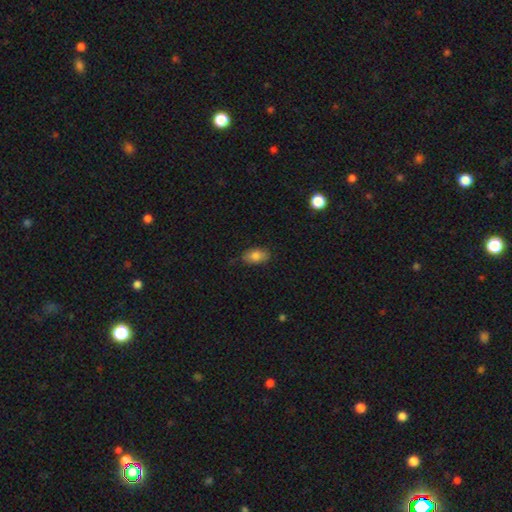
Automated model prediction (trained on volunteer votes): The model was most divided on "merging": none: 78%, minor disturbance: 18%, major disturbance: 3%, merger: 1%. More confident: how rounded — in between (90%); smooth or featured — smooth (81%).